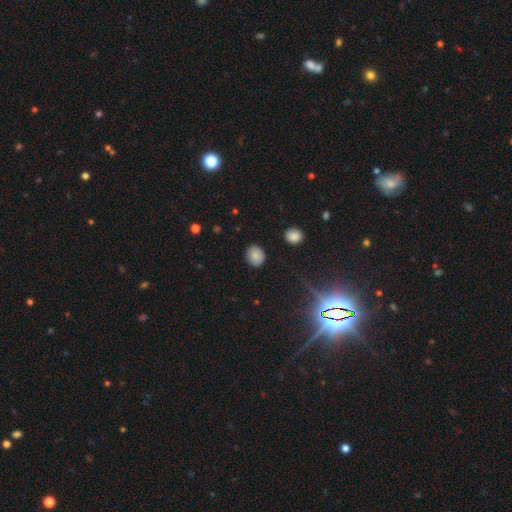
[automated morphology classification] Smooth or featured? smooth (81%)
How rounded? round (60%)
Merging? none (86%)